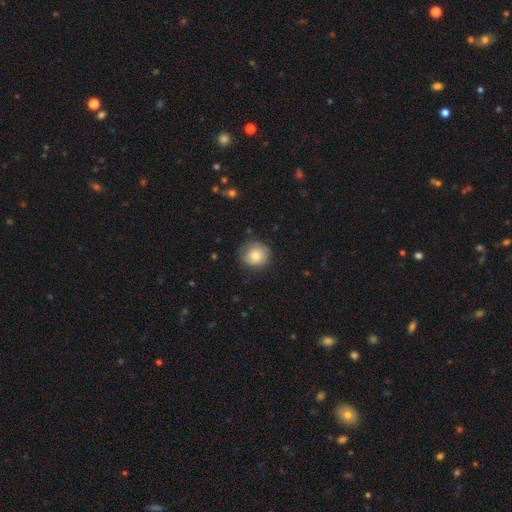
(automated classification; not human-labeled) Morphology: type=smooth (81%); roundness=round (87%); merging=none (77%).